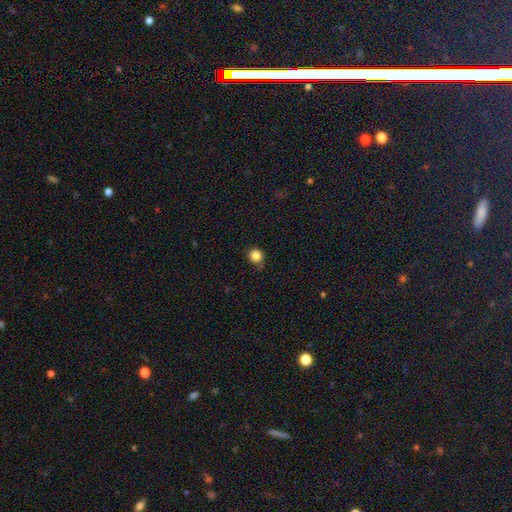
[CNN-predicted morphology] Smooth or featured: smooth — 84% (star or artifact — 12%)
How rounded: round — 89% (in between — 10%)
Merging: none — 77% (minor disturbance — 18%)